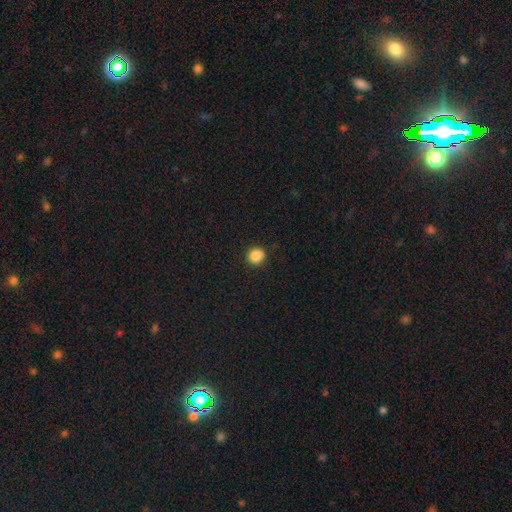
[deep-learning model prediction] Smooth or featured: smooth — 86% (star or artifact — 10%)
How rounded: round — 76% (in between — 23%)
Merging: none — 86% (minor disturbance — 11%)